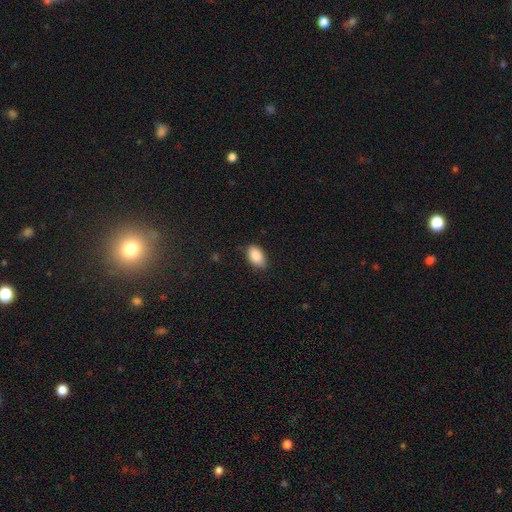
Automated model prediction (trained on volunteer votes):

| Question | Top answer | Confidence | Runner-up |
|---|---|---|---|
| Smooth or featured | smooth | 89% | star or artifact (7%) |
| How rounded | in between | 92% | round (6%) |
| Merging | none | 80% | minor disturbance (16%) |